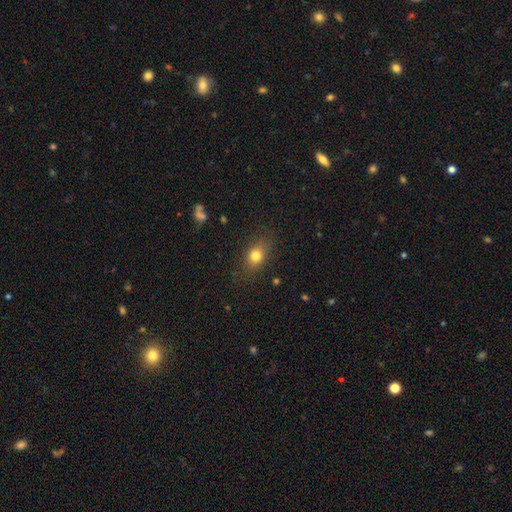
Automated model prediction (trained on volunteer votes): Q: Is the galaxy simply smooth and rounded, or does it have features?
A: smooth — 78%.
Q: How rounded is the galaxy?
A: in between — 63%.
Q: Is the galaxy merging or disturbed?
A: none — 79%.